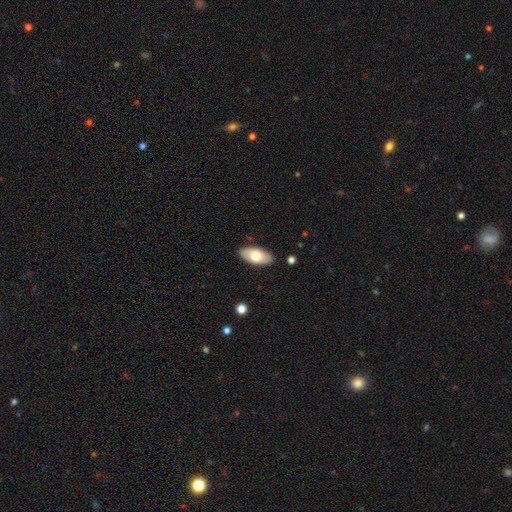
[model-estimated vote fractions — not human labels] Q: Smooth or featured?
A: smooth (67%); runner-up: featured or disk (27%)
Q: How rounded?
A: in between (93%); runner-up: cigar-shaped (5%)
Q: Merging?
A: none (87%); runner-up: minor disturbance (10%)